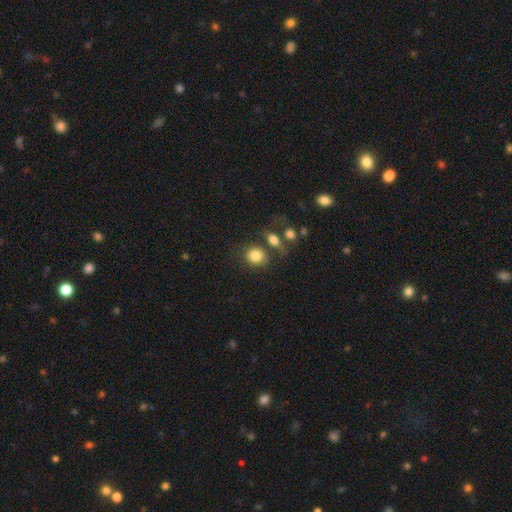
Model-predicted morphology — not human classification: The model was most divided on "how rounded": round: 70%, in between: 29%, cigar-shaped: 1%. More confident: smooth or featured — smooth (82%); merging — none (61%).